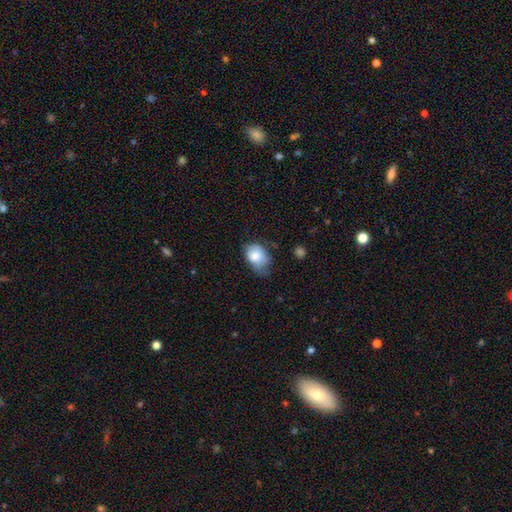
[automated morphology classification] type=smooth (80%); roundness=in between (72%); merging=minor disturbance (46%).